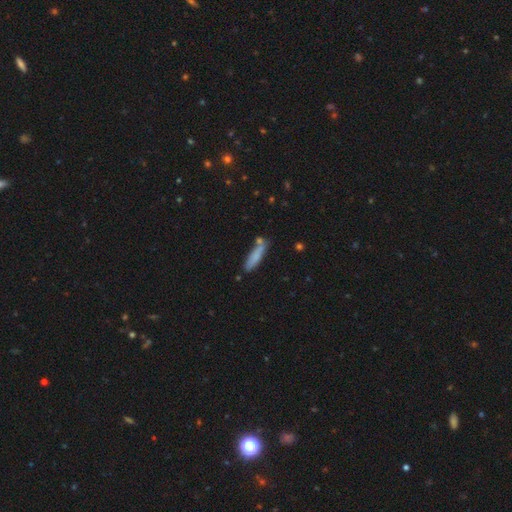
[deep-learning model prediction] Smooth or featured: smooth — 78% (featured or disk — 15%)
How rounded: cigar-shaped — 81% (in between — 17%)
Merging: none — 73% (minor disturbance — 15%)